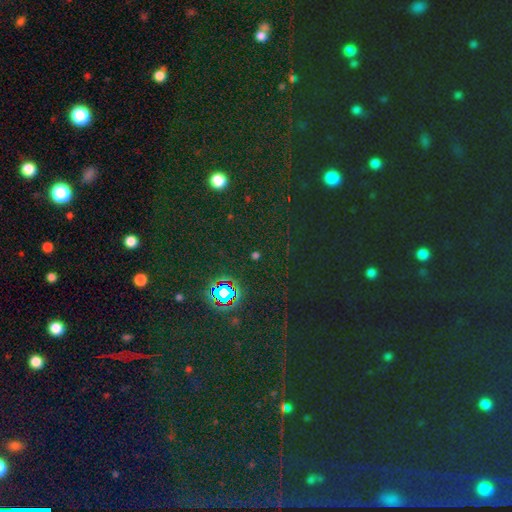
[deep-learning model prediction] This is likely a star or artifact rather than a galaxy (80%).